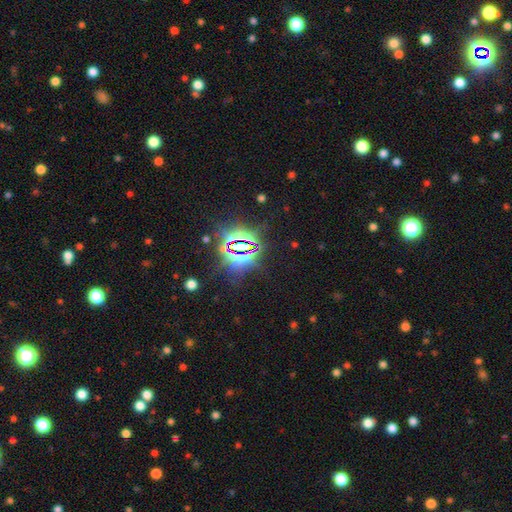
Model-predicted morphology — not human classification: type=star or artifact (83%).